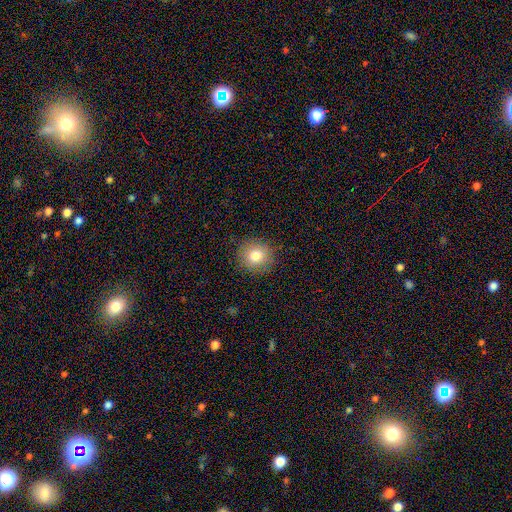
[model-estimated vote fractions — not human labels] This is likely a smooth galaxy (79%). How rounded: clearly round (92%). Merging: clearly none (89%).